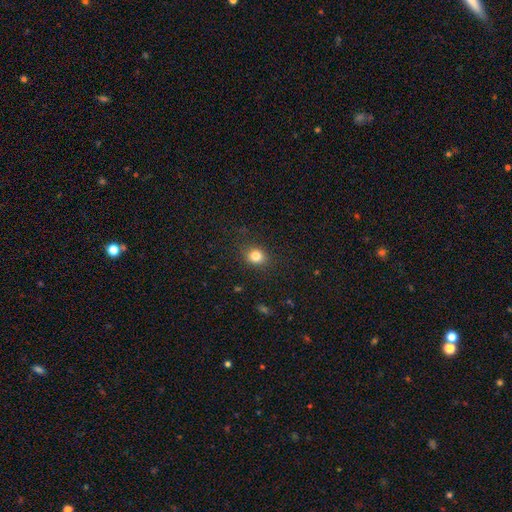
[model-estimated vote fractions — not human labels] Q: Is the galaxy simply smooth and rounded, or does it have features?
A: smooth — 82%.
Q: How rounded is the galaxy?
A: round — 66%.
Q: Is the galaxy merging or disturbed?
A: none — 87%.